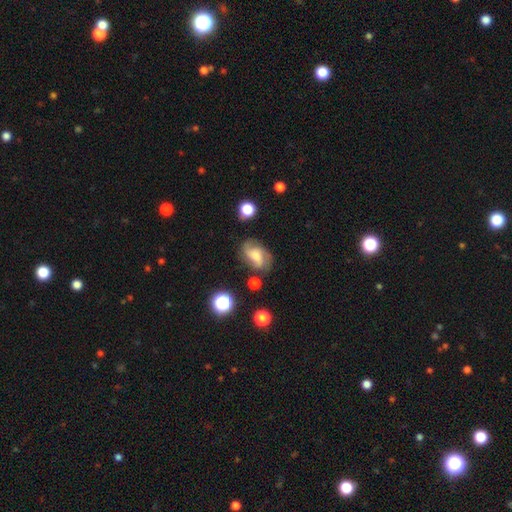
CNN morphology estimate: This appears to be a featured or disk galaxy (56%) with no bar (54%), spiral arms (86%) and a moderate central bulge (30%). Merging: none (58%).